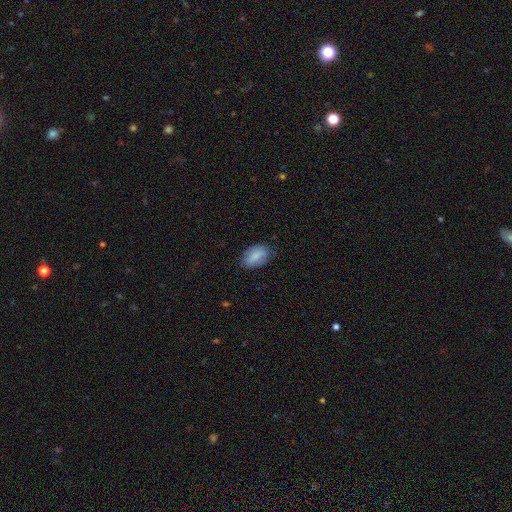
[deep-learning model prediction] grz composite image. It shows a smooth galaxy with no disk features (79%) that is in between round and cigar-shaped (91%). Merging: none (74%).